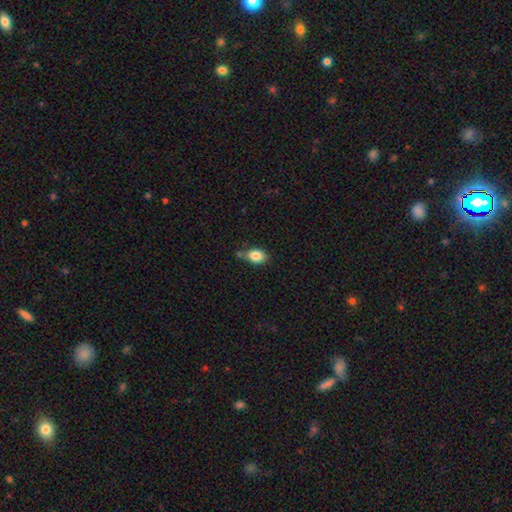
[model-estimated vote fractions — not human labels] Smooth or featured: smooth — 84% (star or artifact — 8%)
How rounded: in between — 79% (round — 19%)
Merging: none — 63% (minor disturbance — 21%)